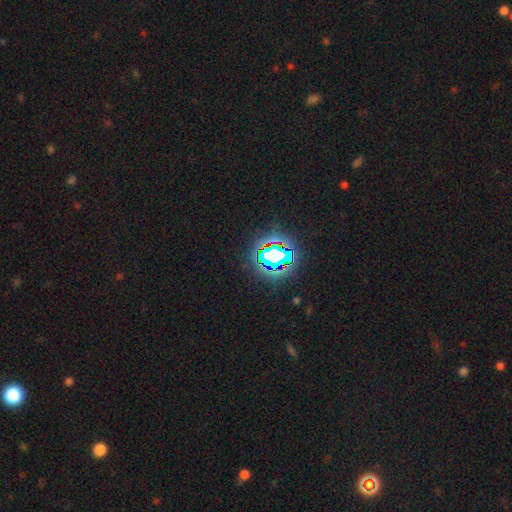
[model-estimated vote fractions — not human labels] Smooth or featured? Predicted: star or artifact (p=0.83).